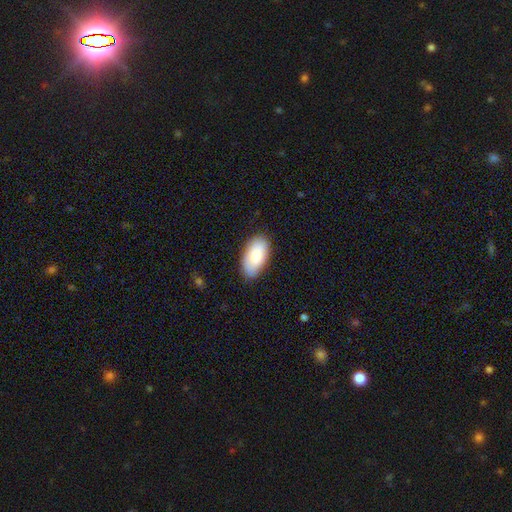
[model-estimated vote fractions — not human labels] This is clearly a smooth galaxy (84%). How rounded: clearly in between (95%). Merging: clearly none (84%).